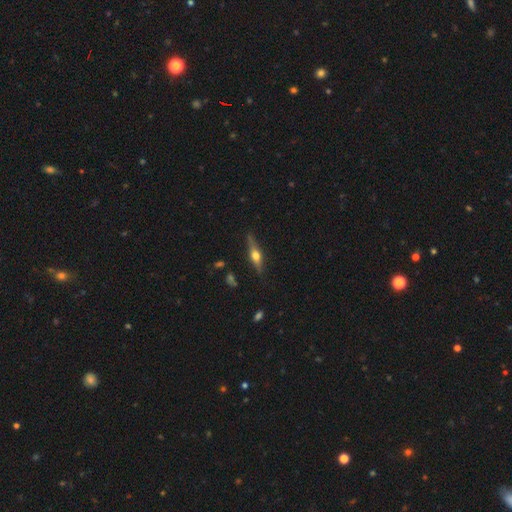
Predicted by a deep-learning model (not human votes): Smooth or featured? Predicted: featured or disk (p=0.60). Edge-on disk? Predicted: yes (p=0.94). Edge-on bulge? Predicted: rounded (p=0.94). Merging? Predicted: none (p=0.82).